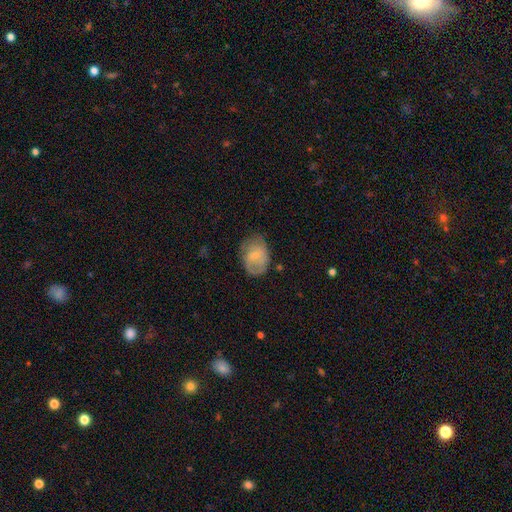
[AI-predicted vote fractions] A smooth galaxy with no disk features (50%) that is in between round and cigar-shaped (72%).

Vote fractions:
- Smooth or featured? smooth: 50% / featured or disk: 43% / star or artifact: 7%
- How rounded? in between: 72% / round: 27% / cigar-shaped: 1%
- Merging? none: 58% / minor disturbance: 28% / major disturbance: 12% / merger: 2%